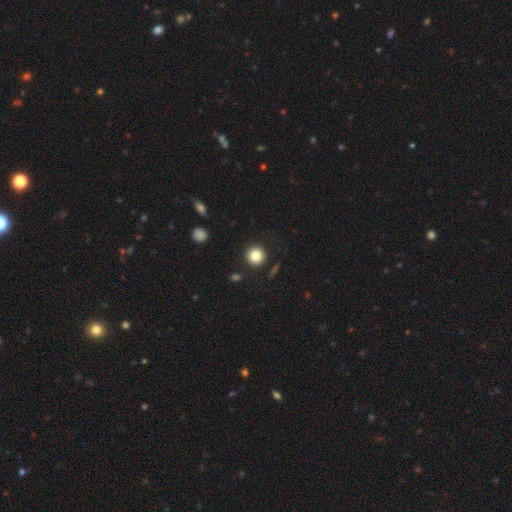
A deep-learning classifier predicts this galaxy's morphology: Overall: smooth (84%). How rounded: round (94%). Merging: none (90%).